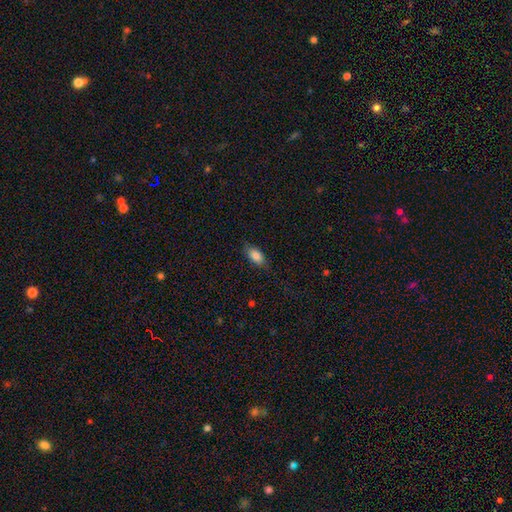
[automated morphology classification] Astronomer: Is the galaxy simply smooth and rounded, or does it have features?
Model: smooth — 85%.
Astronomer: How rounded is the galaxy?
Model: in between — 89%.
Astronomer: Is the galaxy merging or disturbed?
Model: none — 79%.